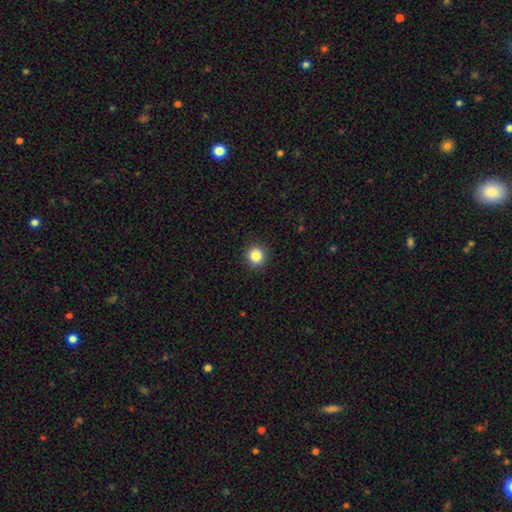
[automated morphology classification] This is clearly a smooth galaxy (85%). How rounded: clearly round (91%). Merging: clearly none (92%).